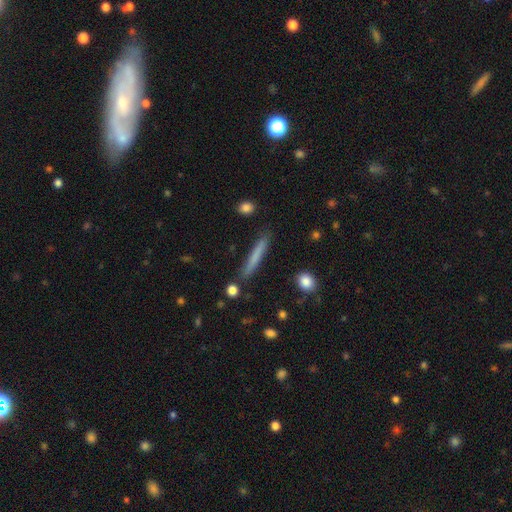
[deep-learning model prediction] smooth_or_featured: smooth (p=0.70) [alt: featured or disk p=0.23]
how_rounded: cigar-shaped (p=0.95) [alt: in between p=0.03]
merging: none (p=0.86) [alt: minor disturbance p=0.10]